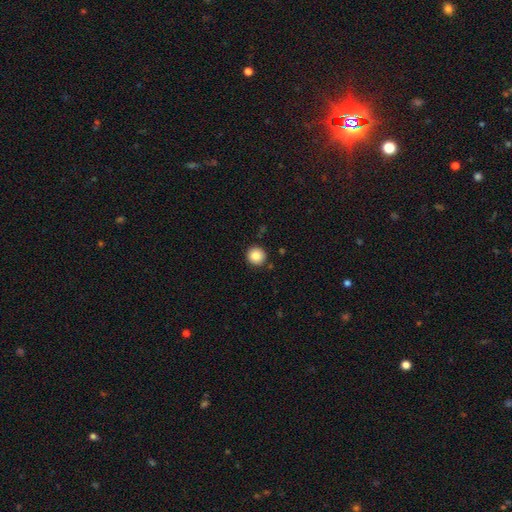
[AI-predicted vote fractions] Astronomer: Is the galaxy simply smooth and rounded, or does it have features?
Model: smooth — 85%.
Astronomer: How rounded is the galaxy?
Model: round — 95%.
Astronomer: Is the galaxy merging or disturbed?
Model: none — 91%.